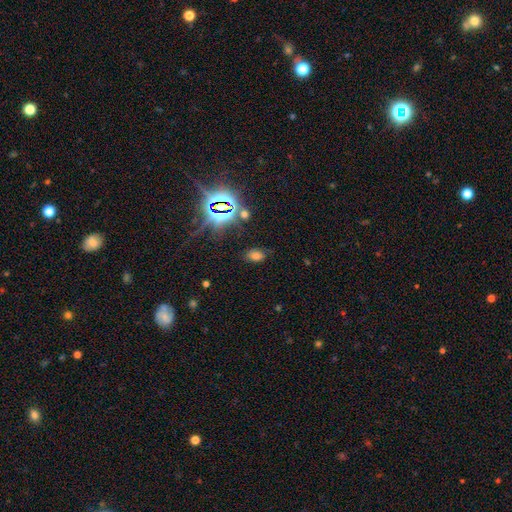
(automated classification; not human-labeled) This is possibly a smooth galaxy (57%). How rounded: clearly in between (83%). Merging: likely none (76%).